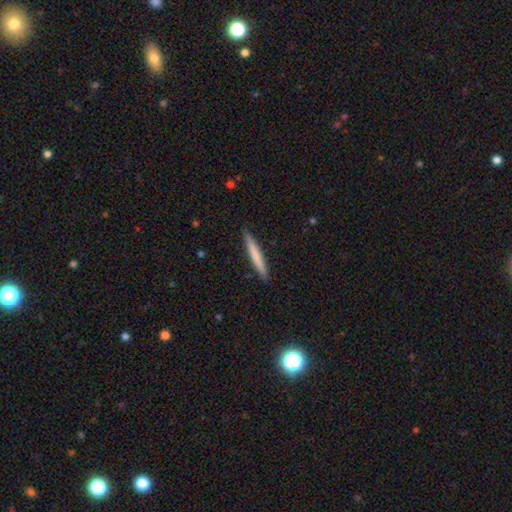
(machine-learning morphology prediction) smooth-or-featured: smooth: 68% | featured or disk: 27% | star or artifact: 5%
  how-rounded: cigar-shaped: 96% | in between: 3% | round: 1%
  merging: none: 90% | minor disturbance: 8% | major disturbance: 1% | merger: 1%